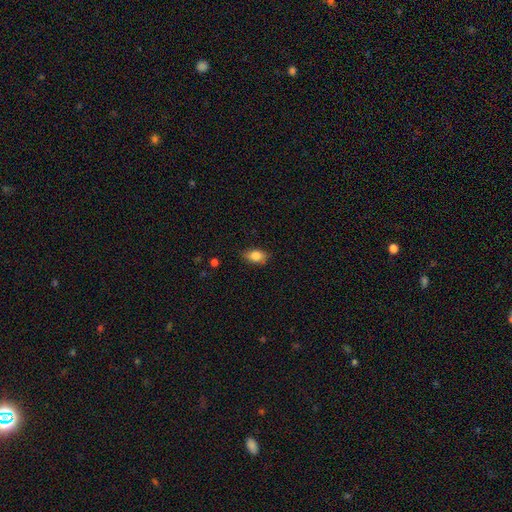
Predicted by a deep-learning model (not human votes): Q: Smooth or featured?
A: smooth (83%); runner-up: featured or disk (9%)
Q: How rounded?
A: in between (83%); runner-up: round (14%)
Q: Merging?
A: none (78%); runner-up: minor disturbance (18%)